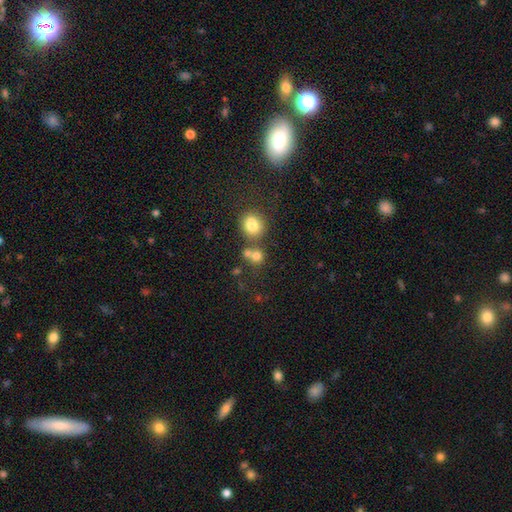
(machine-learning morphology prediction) Smooth or featured? smooth (74%)
How rounded? round (82%)
Merging? none (48%)